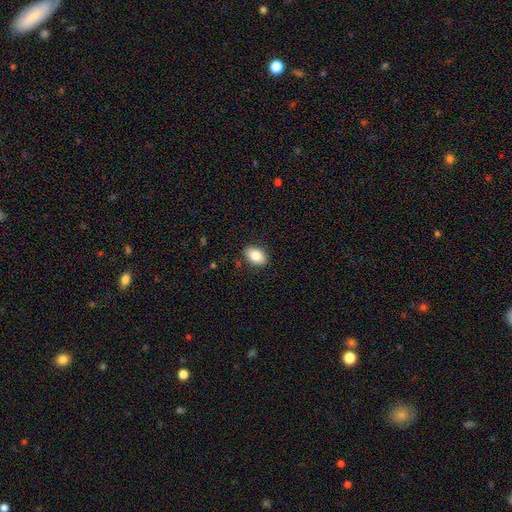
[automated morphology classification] smooth_or_featured: smooth (p=0.85) [alt: featured or disk p=0.08]
how_rounded: in between (p=0.86) [alt: round p=0.12]
merging: none (p=0.87) [alt: minor disturbance p=0.10]